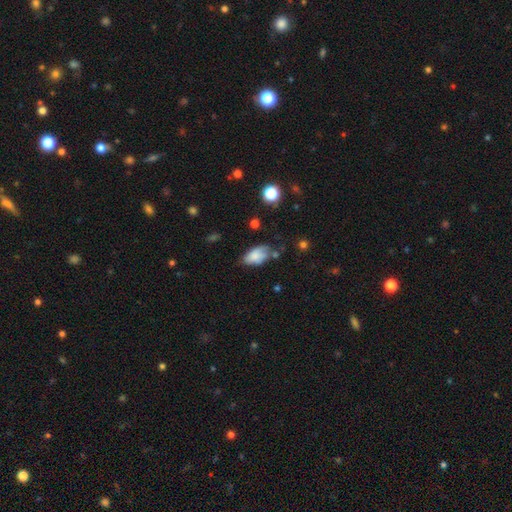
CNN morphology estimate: Smooth or featured?
  - smooth: 73% *
  - featured or disk: 18%
  - star or artifact: 9%
How rounded?
  - in between: 92% *
  - round: 5%
  - cigar-shaped: 3%
Merging?
  - none: 45% *
  - minor disturbance: 35%
  - major disturbance: 12%
  - merger: 7%